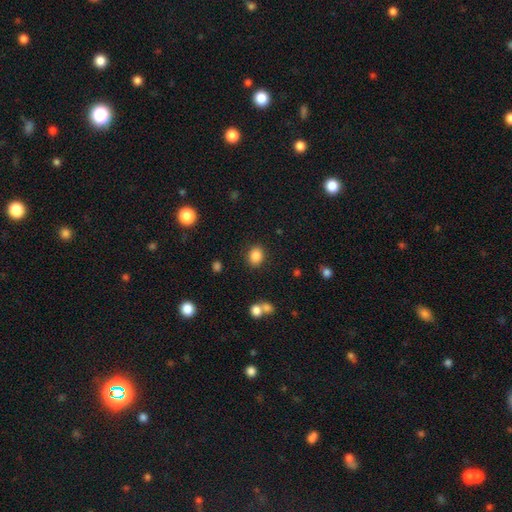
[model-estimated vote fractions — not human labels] Smooth or featured: smooth — 86% (star or artifact — 10%)
How rounded: in between — 51% (round — 48%)
Merging: none — 86% (minor disturbance — 8%)